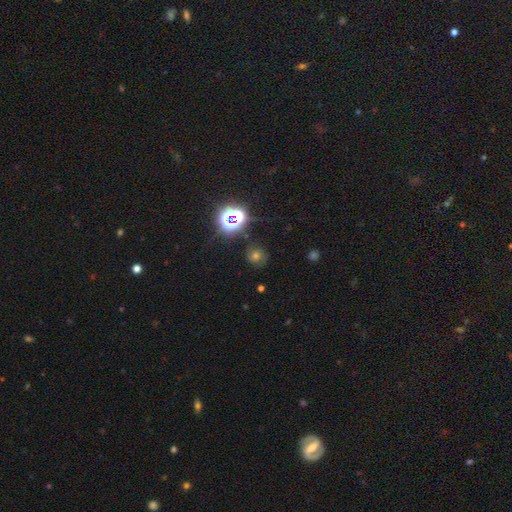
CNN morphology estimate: Q: Smooth or featured?
A: smooth (45%); runner-up: star or artifact (40%)
Q: Merging?
A: none (80%); runner-up: minor disturbance (12%)